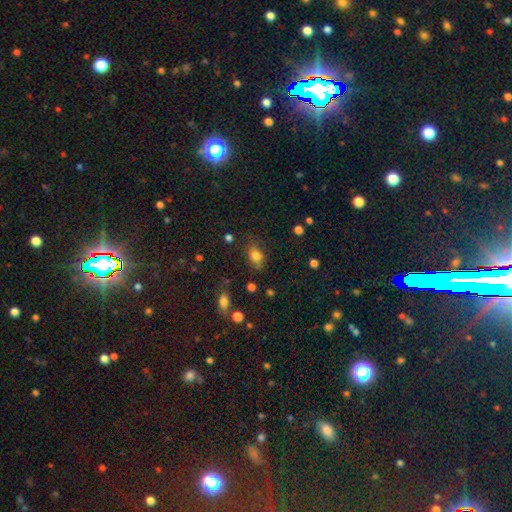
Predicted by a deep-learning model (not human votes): smooth_or_featured: smooth (p=0.80) [alt: star or artifact p=0.12]
how_rounded: in between (p=0.76) [alt: round p=0.22]
merging: none (p=0.73) [alt: minor disturbance p=0.18]